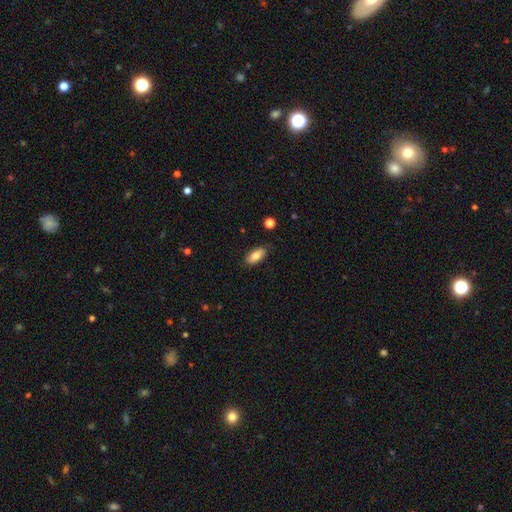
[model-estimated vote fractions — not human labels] Smooth or featured?
  - smooth: 79% *
  - featured or disk: 14%
  - star or artifact: 7%
How rounded?
  - in between: 89% *
  - cigar-shaped: 8%
  - round: 3%
Merging?
  - none: 82% *
  - minor disturbance: 14%
  - major disturbance: 3%
  - merger: 1%